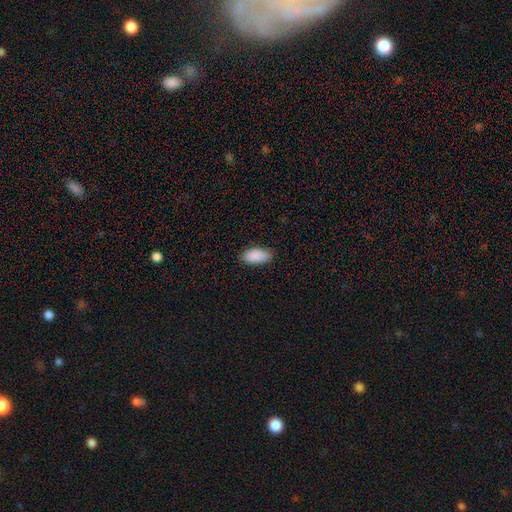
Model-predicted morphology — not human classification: smooth-or-featured: smooth: 90% | star or artifact: 6% | featured or disk: 4%
  how-rounded: in between: 92% | cigar-shaped: 5% | round: 2%
  merging: none: 81% | minor disturbance: 16% | major disturbance: 2% | merger: 1%